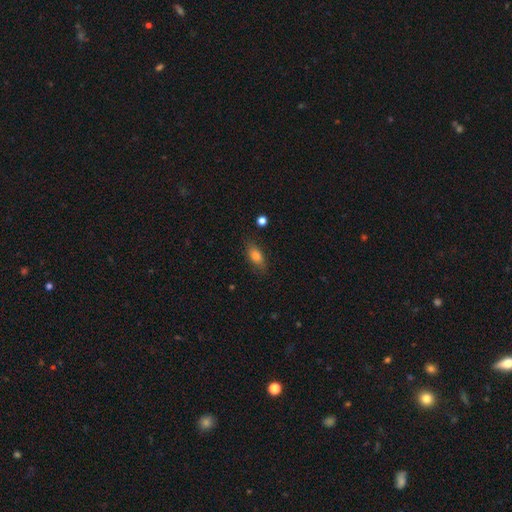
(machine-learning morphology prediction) This is likely a smooth galaxy (79%). How rounded: clearly in between (81%). Merging: clearly none (80%).